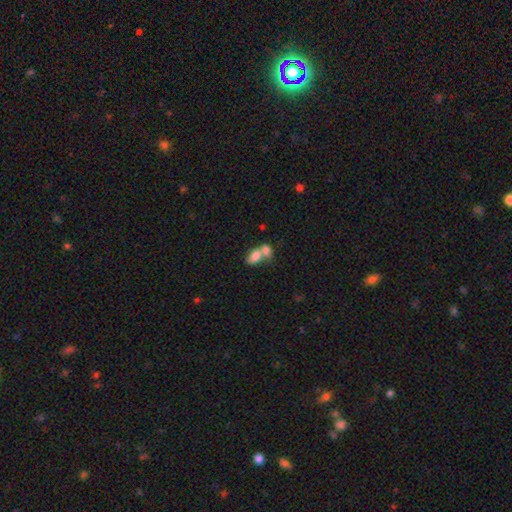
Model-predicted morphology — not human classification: type=smooth (76%); roundness=in between (84%); merging=merger (71%).